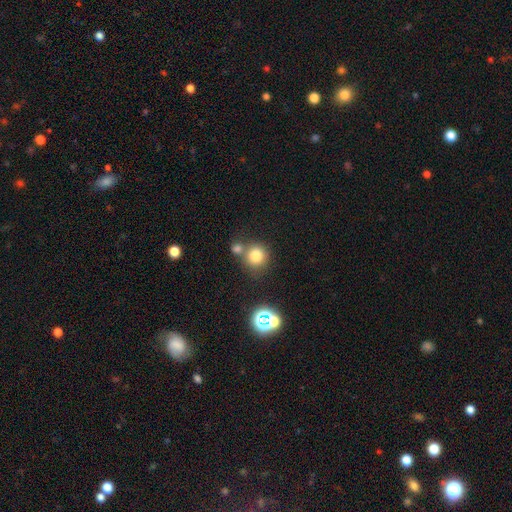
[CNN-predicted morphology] A smooth galaxy with no disk features (77%) that is round (91%). Merging: none (60%).